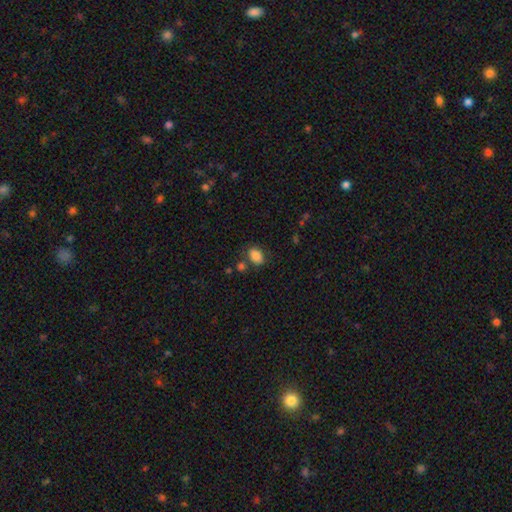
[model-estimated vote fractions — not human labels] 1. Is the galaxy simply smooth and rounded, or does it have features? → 84% smooth, 9% star or artifact, 7% featured or disk.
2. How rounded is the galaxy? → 80% in between, 19% round, 1% cigar-shaped.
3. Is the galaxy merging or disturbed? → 70% none, 15% minor disturbance, 10% merger, 5% major disturbance.